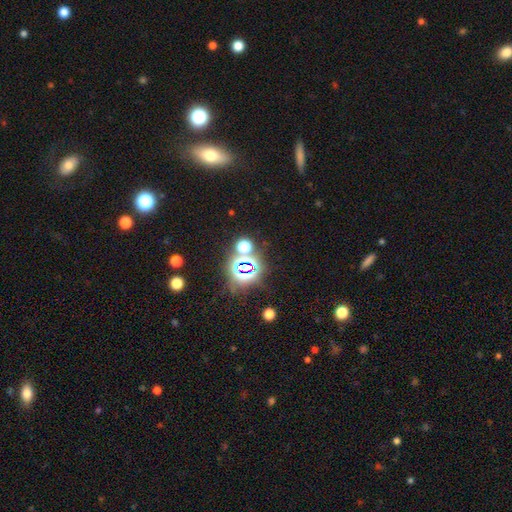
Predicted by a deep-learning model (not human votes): star or artifact 73%, smooth 18%, featured or disk 10%.